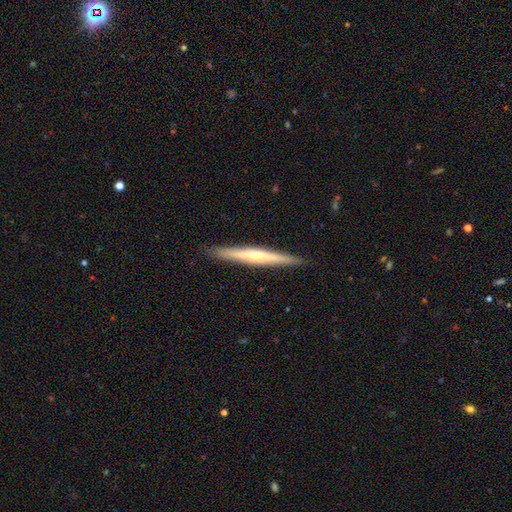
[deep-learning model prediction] featured or disk 65%, smooth 29%, star or artifact 6%. Down the decision tree: edge-on disk — yes (97%); edge-on bulge — rounded (69%); merging — none (91%).